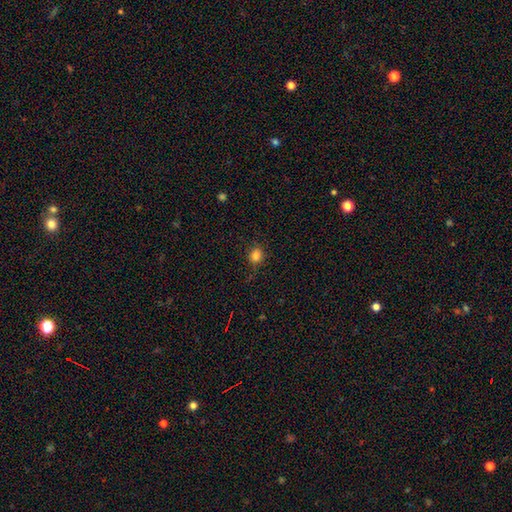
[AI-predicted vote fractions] Smooth or featured?
  - smooth: 83% *
  - star or artifact: 12%
  - featured or disk: 5%
How rounded?
  - round: 80% *
  - in between: 19%
  - cigar-shaped: 1%
Merging?
  - none: 83% *
  - minor disturbance: 13%
  - major disturbance: 4%
  - merger: 1%